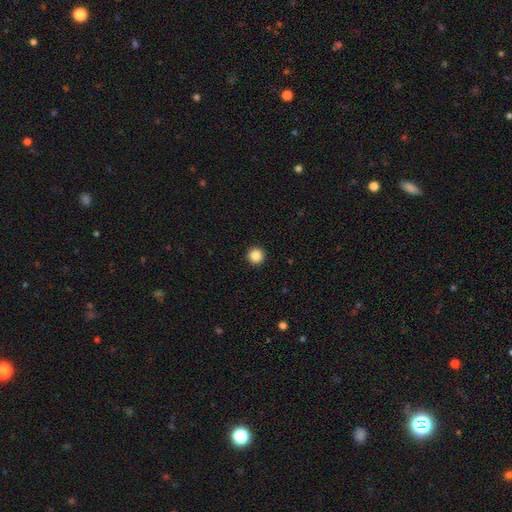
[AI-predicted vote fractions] A smooth galaxy with no disk features (87%) that is round (96%). Merging: none (94%).